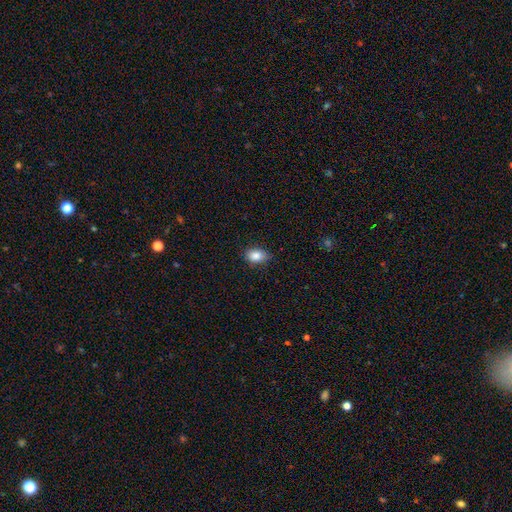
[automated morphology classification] The model was most divided on "merging": none: 77%, minor disturbance: 19%, major disturbance: 3%, merger: 1%. More confident: smooth or featured — smooth (85%); how rounded — in between (81%).